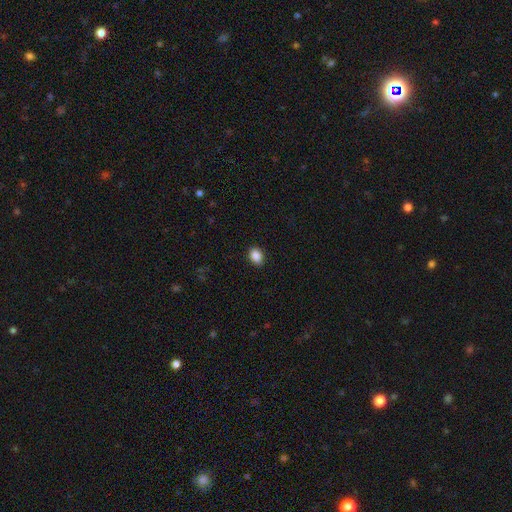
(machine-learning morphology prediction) A smooth galaxy with no disk features (88%) that is in between round and cigar-shaped (73%). Merging: none (89%).